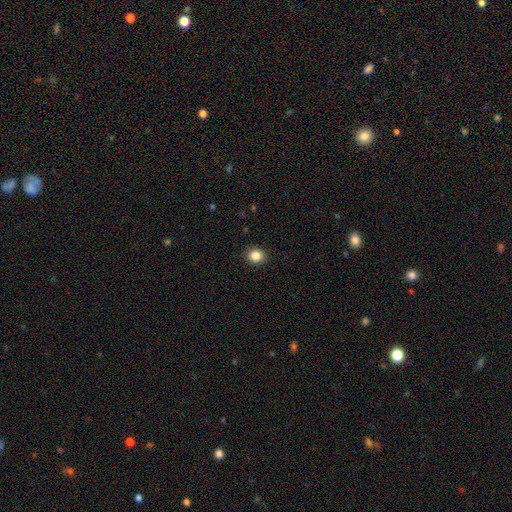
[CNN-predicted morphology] smooth-or-featured: smooth: 85% | star or artifact: 11% | featured or disk: 4%
  how-rounded: round: 77% | in between: 22% | cigar-shaped: 1%
  merging: none: 91% | minor disturbance: 6% | major disturbance: 2% | merger: 1%